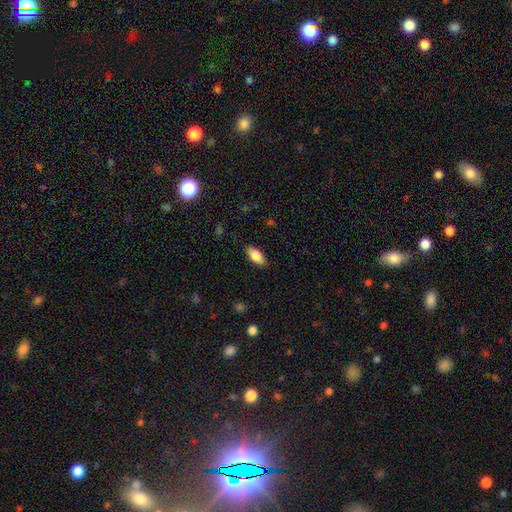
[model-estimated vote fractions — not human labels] Morphology: type=smooth (85%); roundness=in between (89%); merging=none (85%).